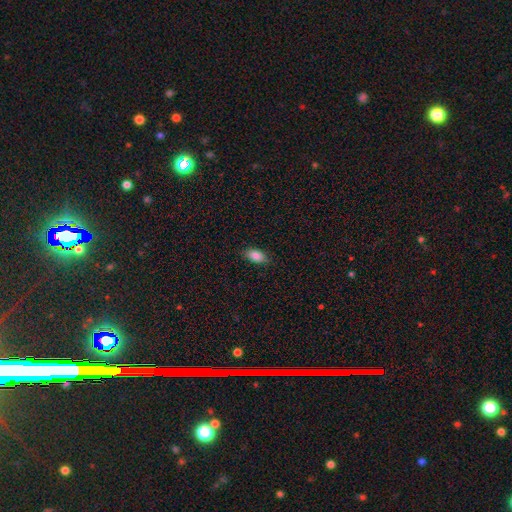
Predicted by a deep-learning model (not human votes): This appears to be a smooth galaxy with no disk features (86%) that is in between round and cigar-shaped (91%). Merging: none (87%).